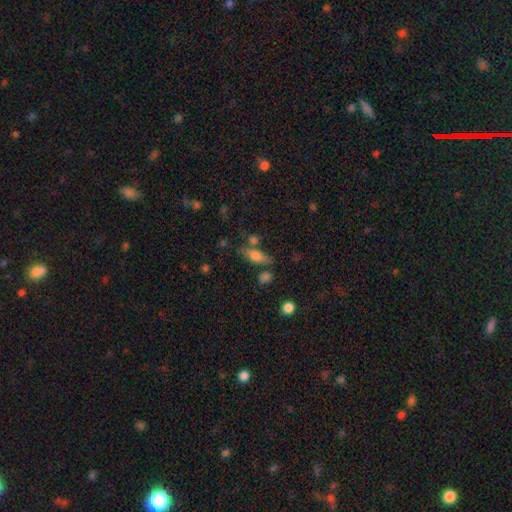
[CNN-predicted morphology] Overall: smooth (70%). How rounded: in between (63%; cigar-shaped 32%). Merging: none (61%).